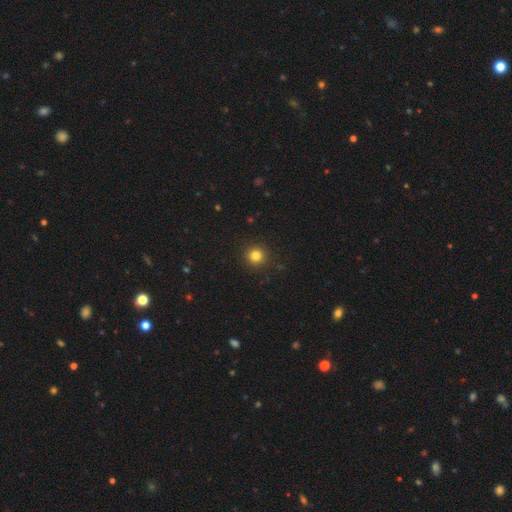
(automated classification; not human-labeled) smooth 82%, star or artifact 13%, featured or disk 5%. Down the decision tree: how rounded — round (94%); merging — none (91%).